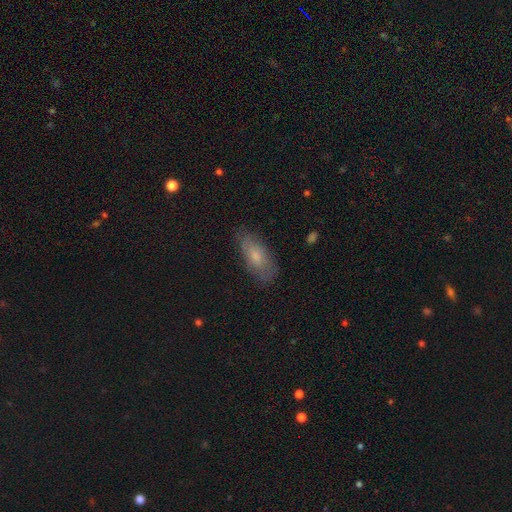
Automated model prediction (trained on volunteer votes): smooth_or_featured: smooth (p=0.62) [alt: featured or disk p=0.30]
how_rounded: in between (p=0.81) [alt: cigar-shaped p=0.16]
merging: none (p=0.75) [alt: minor disturbance p=0.19]